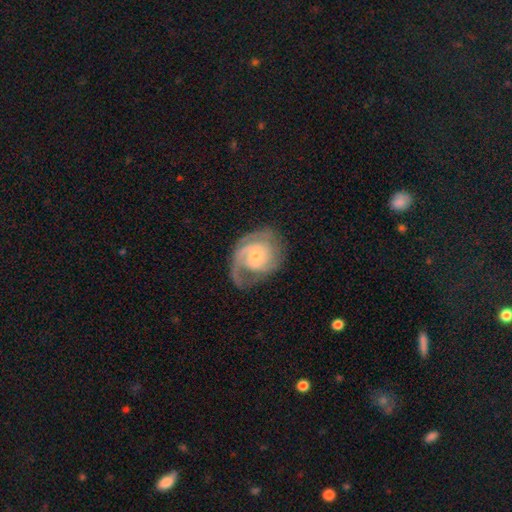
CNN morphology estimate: Q: Smooth or featured?
A: featured or disk (85%); runner-up: smooth (10%)
Q: Edge-on disk?
A: no (98%); runner-up: yes (2%)
Q: Bar?
A: no (57%); runner-up: weak (36%)
Q: Spiral arms?
A: yes (96%); runner-up: no (4%)
Q: Spiral winding?
A: tight (51%); runner-up: medium (39%)
Q: Spiral arm count?
A: 2 (49%); runner-up: can't tell (16%)
Q: Bulge size?
A: small (63%); runner-up: moderate (32%)
Q: Merging?
A: none (61%); runner-up: minor disturbance (21%)